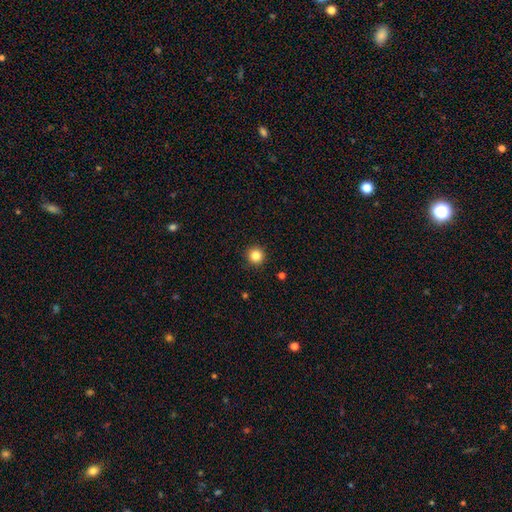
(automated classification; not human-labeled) A smooth galaxy with no disk features (83%) that is round (96%).

Vote fractions:
- Smooth or featured? smooth: 83% / star or artifact: 12% / featured or disk: 5%
- How rounded? round: 96% / in between: 3% / cigar-shaped: 1%
- Merging? none: 93% / minor disturbance: 4% / major disturbance: 2% / merger: 1%